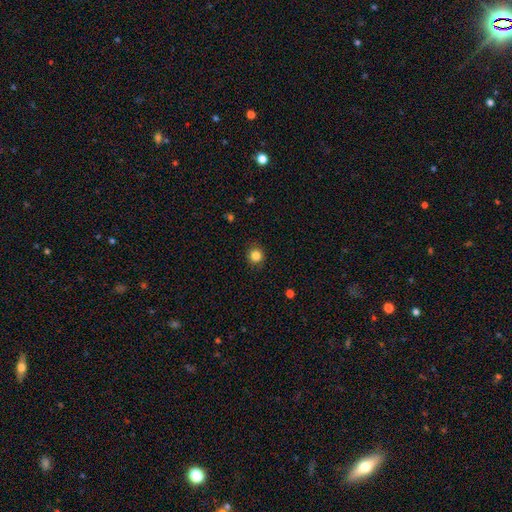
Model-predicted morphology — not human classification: A smooth galaxy with no disk features (84%) that is round (86%). Merging: none (88%).